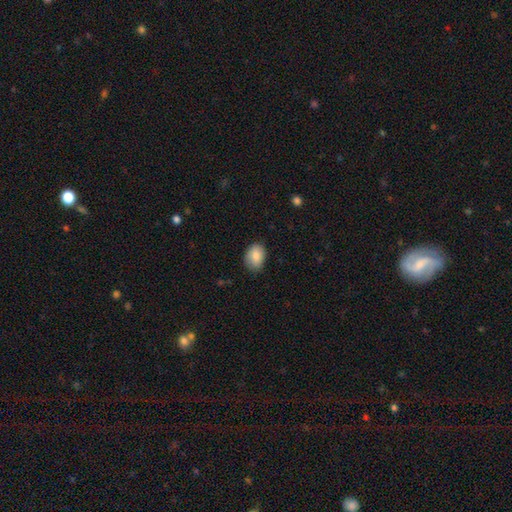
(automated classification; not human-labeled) Smooth or featured?
  - smooth: 86% *
  - star or artifact: 7%
  - featured or disk: 7%
How rounded?
  - in between: 76% *
  - round: 23%
  - cigar-shaped: 1%
Merging?
  - none: 74% *
  - minor disturbance: 21%
  - major disturbance: 3%
  - merger: 1%